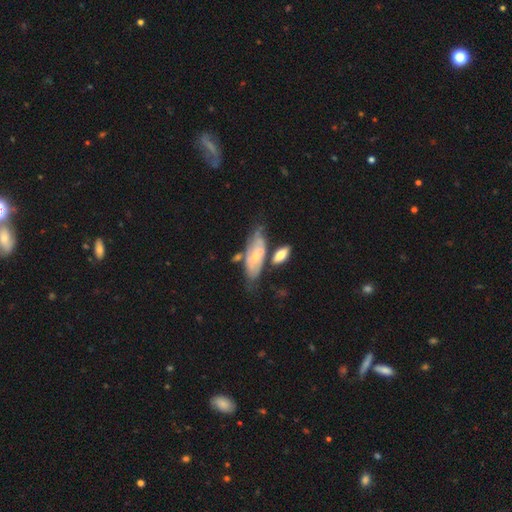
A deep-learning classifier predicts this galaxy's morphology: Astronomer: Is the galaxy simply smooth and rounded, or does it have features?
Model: featured or disk — 58% (runner-up: smooth, 36%).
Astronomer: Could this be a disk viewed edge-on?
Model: no — 85%.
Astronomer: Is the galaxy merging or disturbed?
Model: none — 42% (runner-up: merger, 25%).